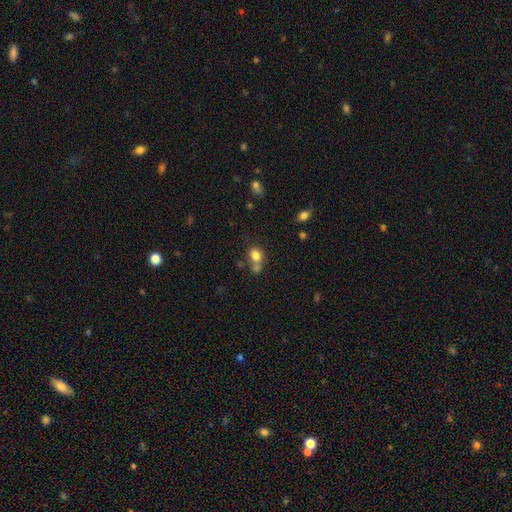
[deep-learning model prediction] Smooth or featured? Predicted: smooth (p=0.80). How rounded? Predicted: round (p=0.64). Merging? Predicted: none (p=0.42, tied with merger).